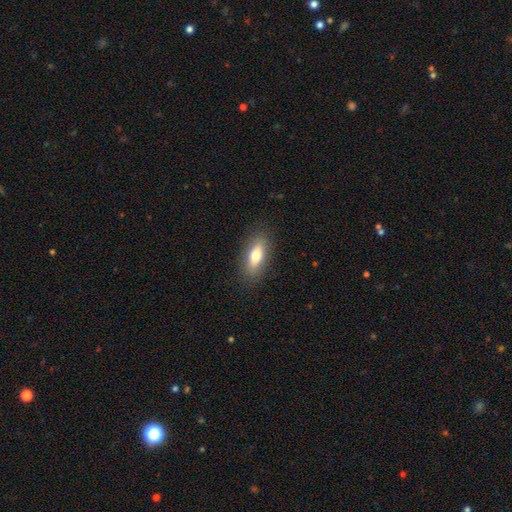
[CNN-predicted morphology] This appears to be a smooth galaxy with no disk features (70%) that is in between round and cigar-shaped (68%). Merging: none (87%).